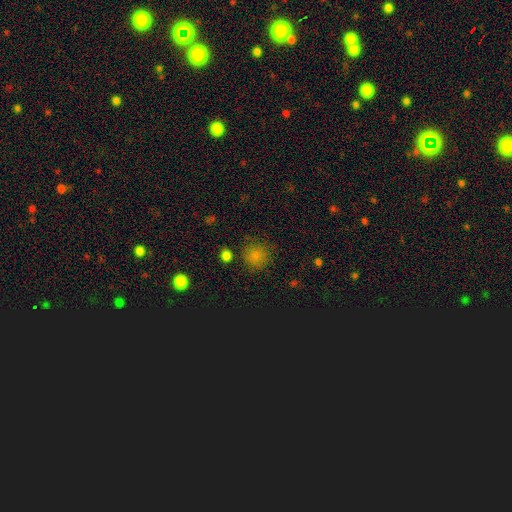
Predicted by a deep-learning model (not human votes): Smooth or featured?
  - smooth: 77% *
  - star or artifact: 17%
  - featured or disk: 5%
How rounded?
  - round: 89% *
  - in between: 10%
  - cigar-shaped: 1%
Merging?
  - none: 80% *
  - minor disturbance: 13%
  - major disturbance: 5%
  - merger: 3%